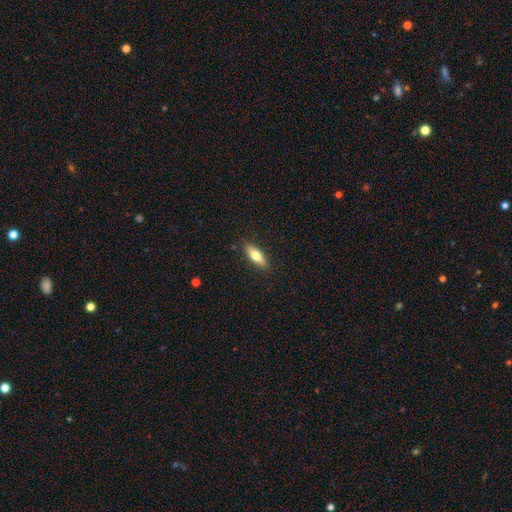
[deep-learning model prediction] smooth_or_featured: smooth (p=0.72) [alt: featured or disk p=0.22]
how_rounded: in between (p=0.58) [alt: cigar-shaped p=0.40]
merging: none (p=0.87) [alt: minor disturbance p=0.10]